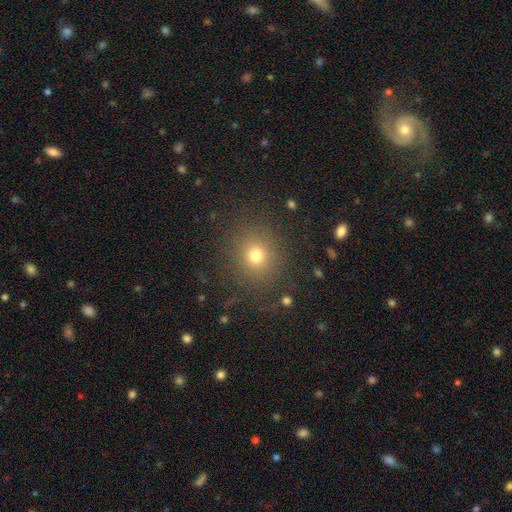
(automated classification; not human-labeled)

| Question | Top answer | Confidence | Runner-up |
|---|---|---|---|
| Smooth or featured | smooth | 73% | star or artifact (18%) |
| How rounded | round | 83% | in between (16%) |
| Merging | none | 85% | minor disturbance (9%) |